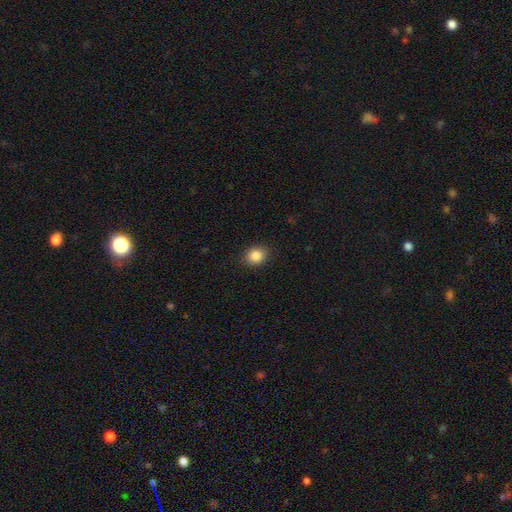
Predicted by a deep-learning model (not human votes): Overall: smooth (86%). How rounded: round (59%; in between 40%). Merging: none (88%).